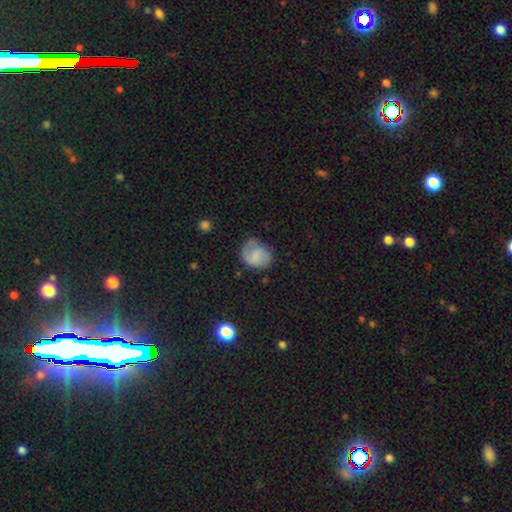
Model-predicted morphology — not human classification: Smooth or featured? Predicted: smooth (p=0.64). How rounded? Predicted: round (p=0.61). Merging? Predicted: none (p=0.60).